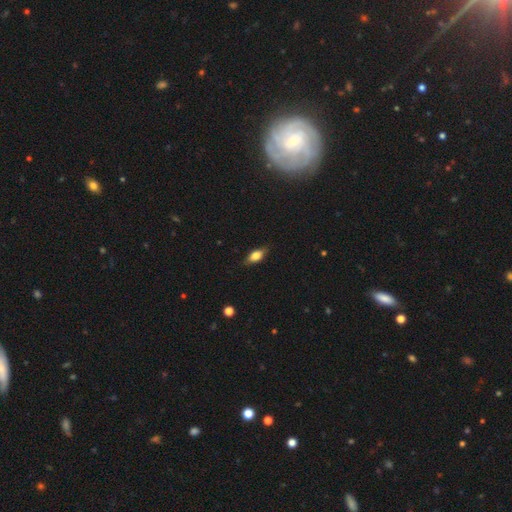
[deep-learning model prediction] This is likely a smooth galaxy (70%). How rounded: clearly in between (82%). Merging: clearly none (81%).